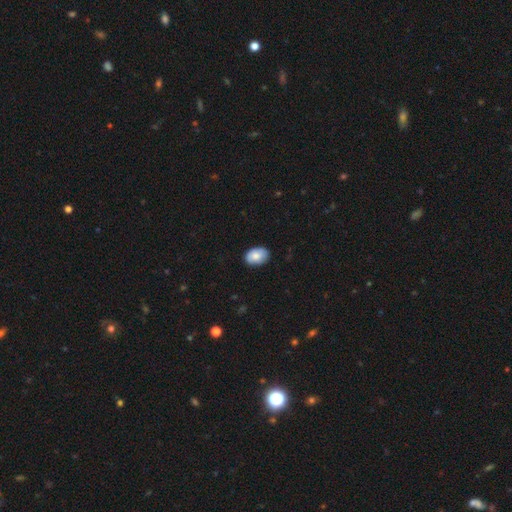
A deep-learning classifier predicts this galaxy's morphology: Smooth or featured: smooth — 80% (featured or disk — 14%)
How rounded: in between — 85% (round — 14%)
Merging: none — 81% (minor disturbance — 16%)